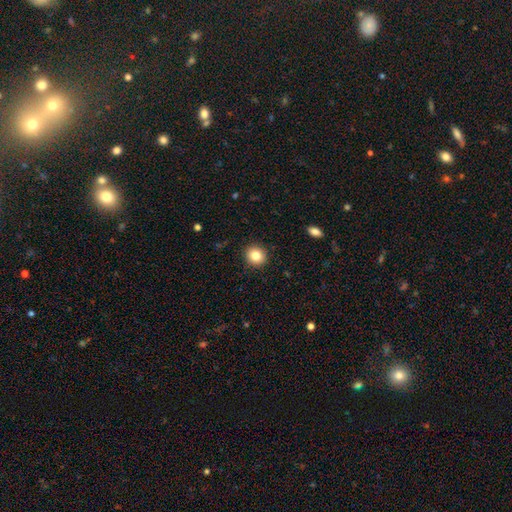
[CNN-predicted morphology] This is clearly a smooth galaxy (83%). How rounded: clearly round (87%). Merging: clearly none (92%).